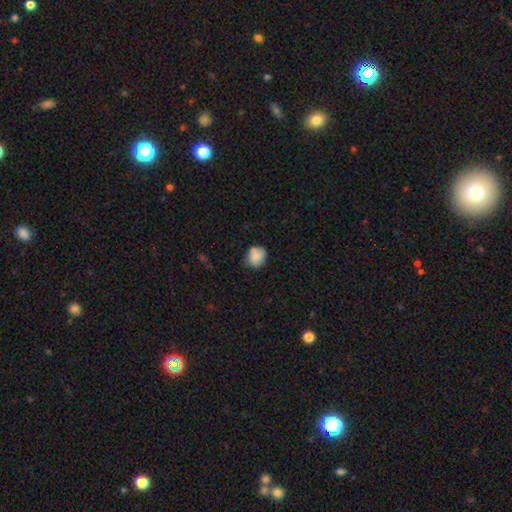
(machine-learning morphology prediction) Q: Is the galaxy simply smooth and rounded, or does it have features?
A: smooth — 79%.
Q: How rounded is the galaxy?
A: round — 68%.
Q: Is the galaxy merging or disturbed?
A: none — 60%.